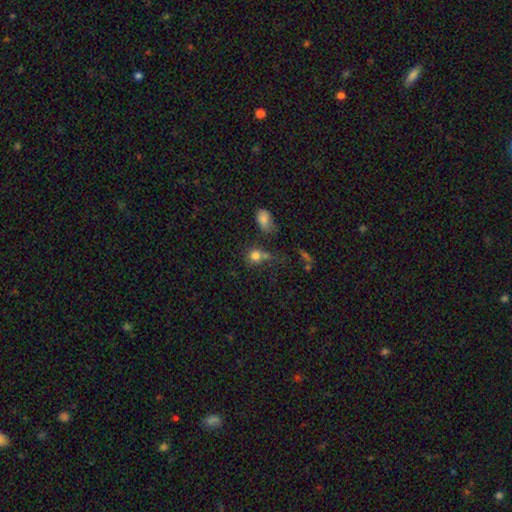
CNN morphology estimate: The model was most divided on "merging": none: 52%, merger: 26%, minor disturbance: 15%, major disturbance: 8%. More confident: how rounded — round (80%); smooth or featured — smooth (79%).